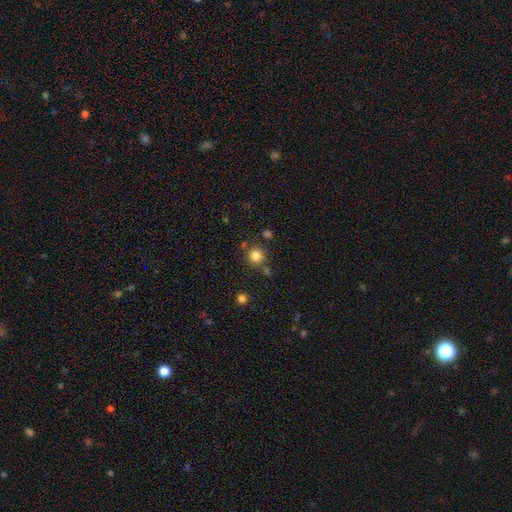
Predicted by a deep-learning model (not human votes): Smooth or featured? smooth (82%)
How rounded? round (93%)
Merging? none (77%)